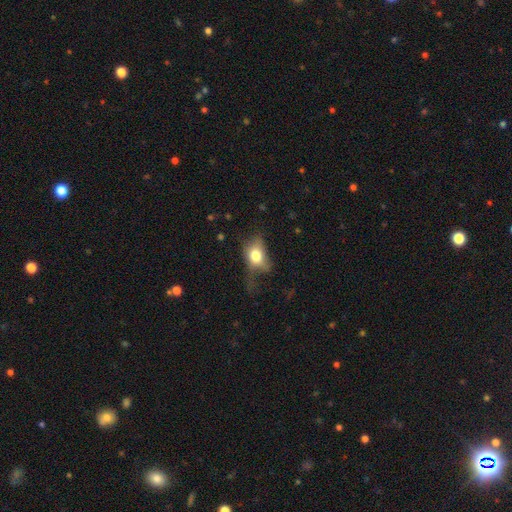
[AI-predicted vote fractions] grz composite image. It shows a smooth galaxy with no disk features (72%) that is in between round and cigar-shaped (74%). Merging: major disturbance (36%).